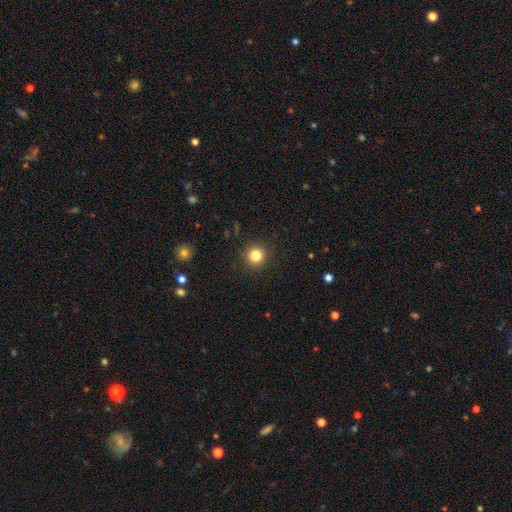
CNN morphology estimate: Q: Smooth or featured?
A: smooth (83%); runner-up: star or artifact (12%)
Q: How rounded?
A: round (93%); runner-up: in between (6%)
Q: Merging?
A: none (90%); runner-up: minor disturbance (7%)